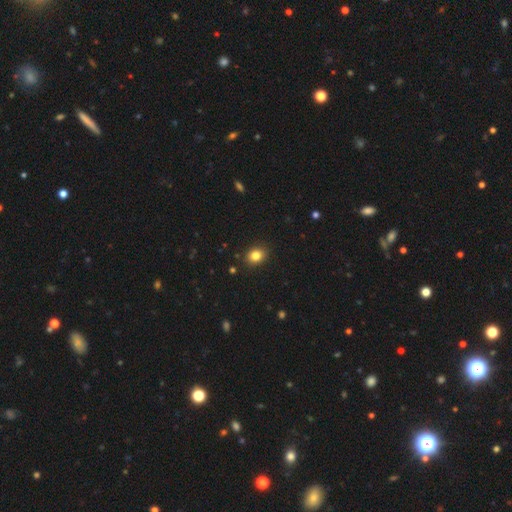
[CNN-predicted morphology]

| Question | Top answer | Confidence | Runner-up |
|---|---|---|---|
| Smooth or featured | smooth | 83% | star or artifact (11%) |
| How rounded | round | 50% | in between (49%) |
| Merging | none | 89% | minor disturbance (8%) |